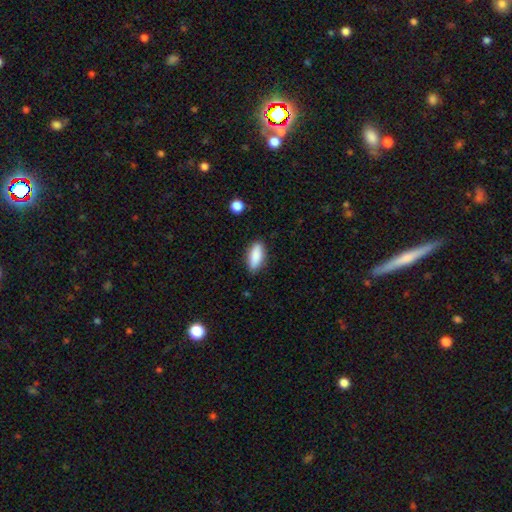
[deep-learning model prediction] This is clearly a smooth galaxy (85%). How rounded: likely in between (74%). Merging: clearly none (85%).